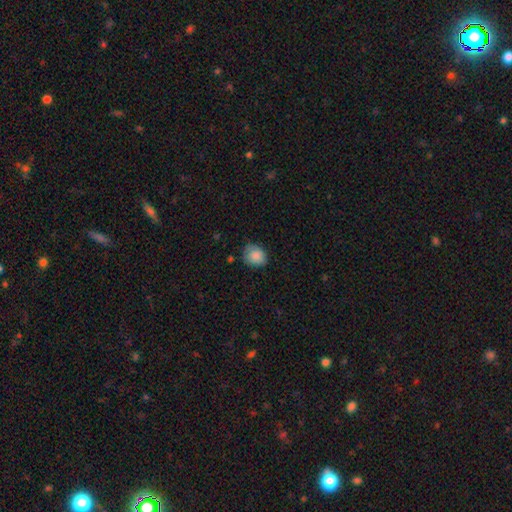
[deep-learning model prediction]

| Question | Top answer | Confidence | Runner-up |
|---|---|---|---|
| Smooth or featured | smooth | 84% | featured or disk (9%) |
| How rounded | round | 61% | in between (38%) |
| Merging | none | 64% | minor disturbance (28%) |